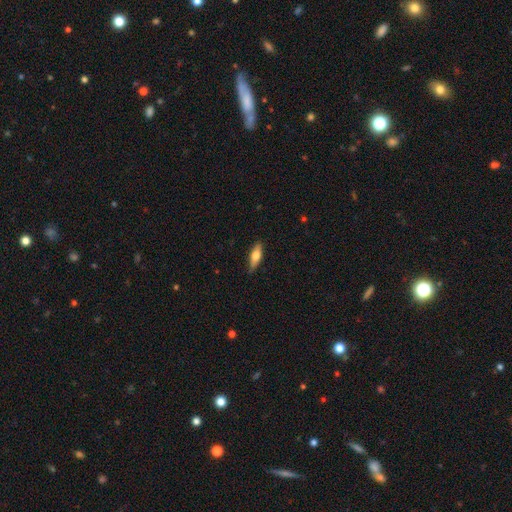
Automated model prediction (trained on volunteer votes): A smooth galaxy with no disk features (61%) that is cigar-shaped (49%). Merging: none (84%).